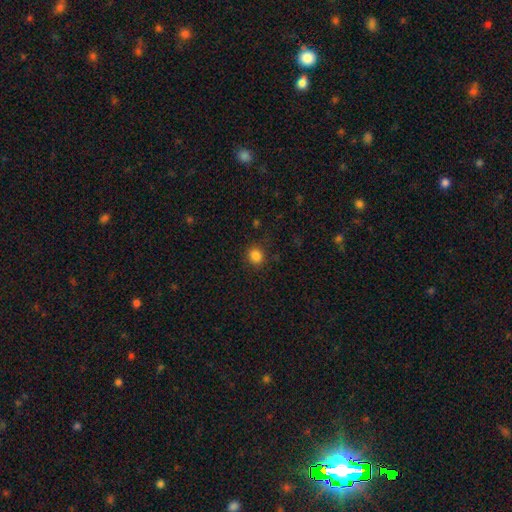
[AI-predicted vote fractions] smooth_or_featured: smooth (p=0.84) [alt: star or artifact p=0.12]
how_rounded: round (p=0.79) [alt: in between p=0.20]
merging: none (p=0.86) [alt: minor disturbance p=0.09]